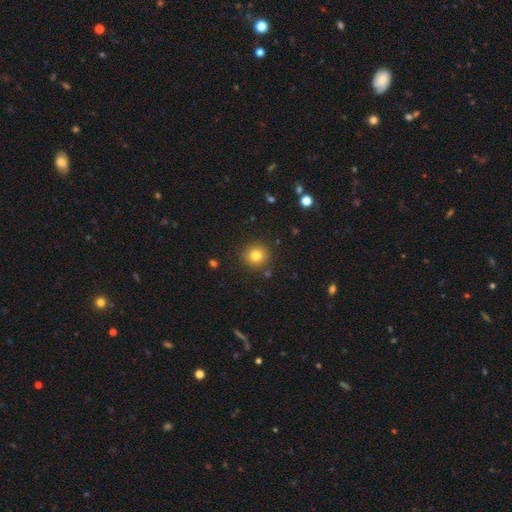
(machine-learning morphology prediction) A smooth galaxy with no disk features (80%) that is round (92%).

Vote fractions:
- Smooth or featured? smooth: 80% / star or artifact: 12% / featured or disk: 8%
- How rounded? round: 92% / in between: 7% / cigar-shaped: 1%
- Merging? none: 88% / minor disturbance: 7% / major disturbance: 2% / merger: 2%